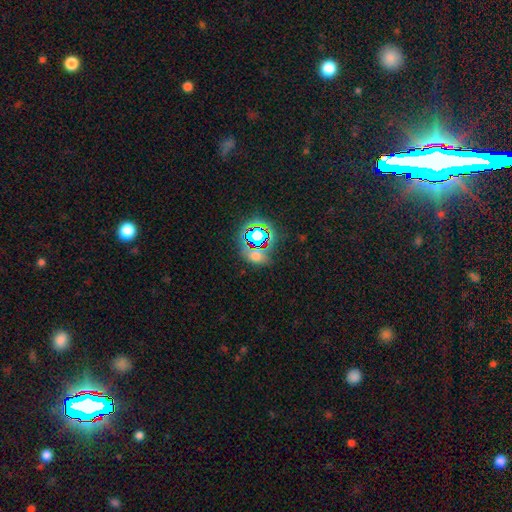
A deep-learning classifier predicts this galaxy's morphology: Smooth or featured: star or artifact — 47% (smooth — 42%)